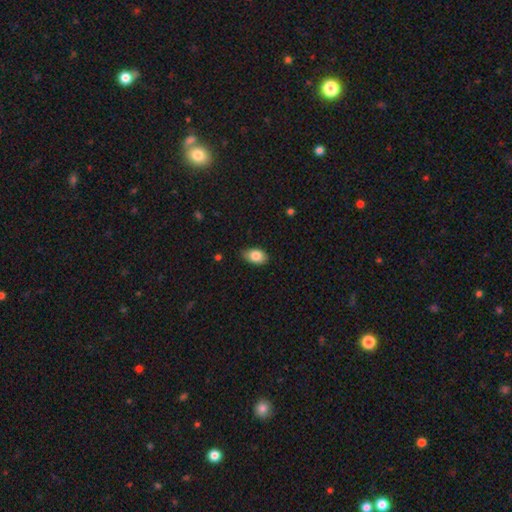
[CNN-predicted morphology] smooth 84%, featured or disk 9%, star or artifact 7%. Down the decision tree: how rounded — in between (88%); merging — none (78%).